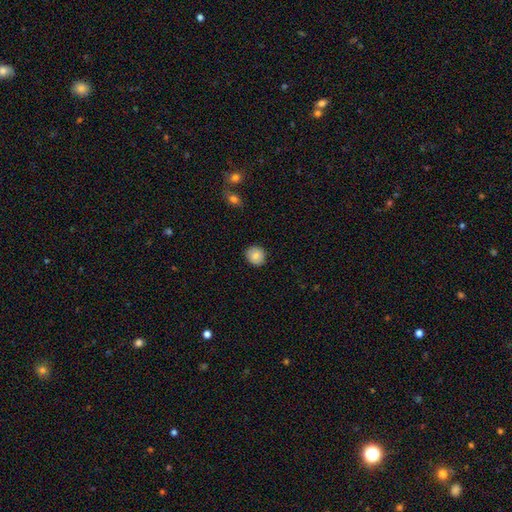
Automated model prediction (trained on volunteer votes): The model was most divided on "how rounded": round: 82%, in between: 17%, cigar-shaped: 1%. More confident: merging — none (88%); smooth or featured — smooth (84%).